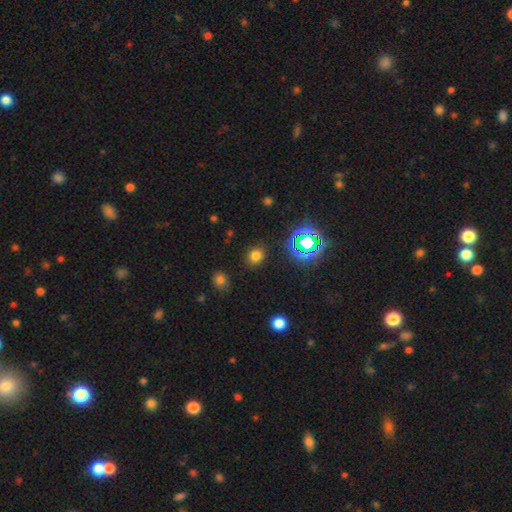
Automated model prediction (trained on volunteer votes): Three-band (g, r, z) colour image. It shows a smooth galaxy with no disk features (71%) that is round (69%). Merging: none (87%).